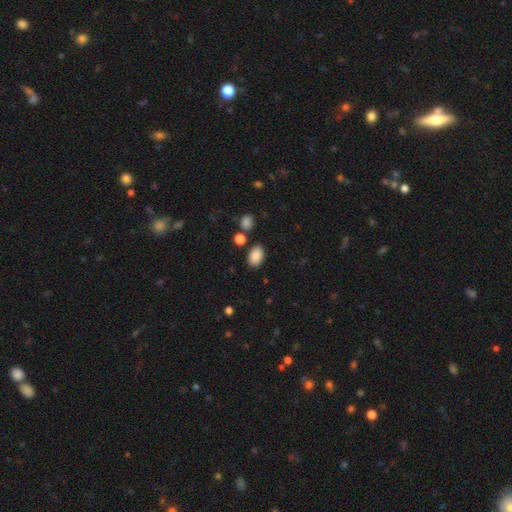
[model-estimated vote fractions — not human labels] Morphology: type=smooth (87%); roundness=in between (86%); merging=none (81%).